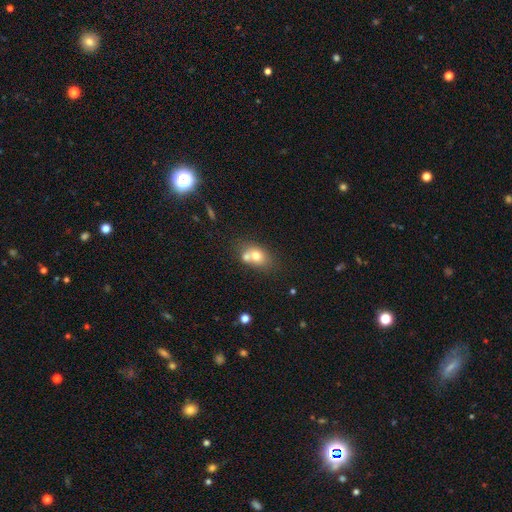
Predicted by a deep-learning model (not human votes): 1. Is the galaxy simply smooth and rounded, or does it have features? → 70% smooth, 20% featured or disk, 10% star or artifact.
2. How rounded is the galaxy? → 60% in between, 39% round, 1% cigar-shaped.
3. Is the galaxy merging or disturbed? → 51% merger, 35% none, 11% minor disturbance, 4% major disturbance.